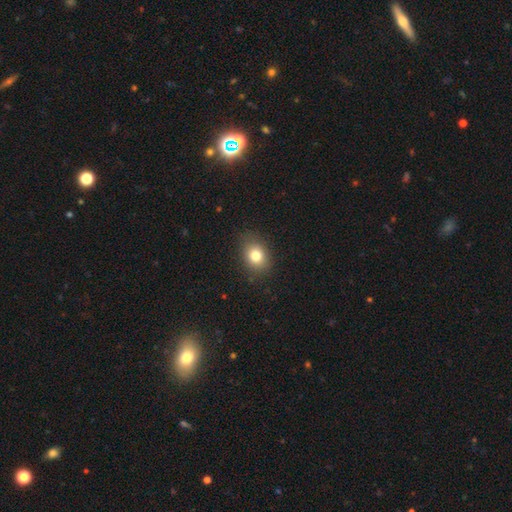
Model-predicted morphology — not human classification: smooth-or-featured: smooth: 79% | star or artifact: 11% | featured or disk: 9%
  how-rounded: in between: 51% | round: 48% | cigar-shaped: 1%
  merging: none: 84% | minor disturbance: 12% | major disturbance: 3% | merger: 1%